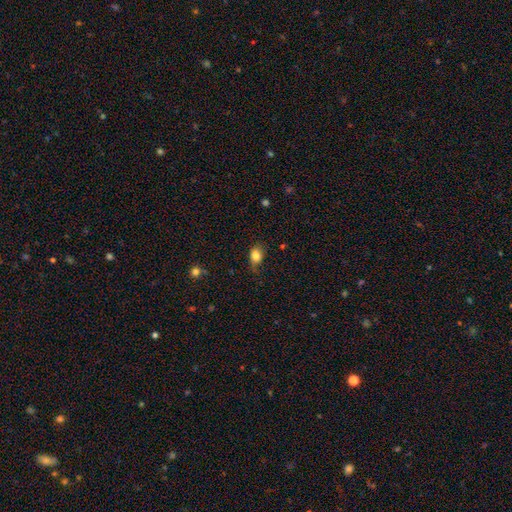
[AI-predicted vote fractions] This is clearly a smooth galaxy (83%). How rounded: possibly in between (60%). Merging: likely none (61%).